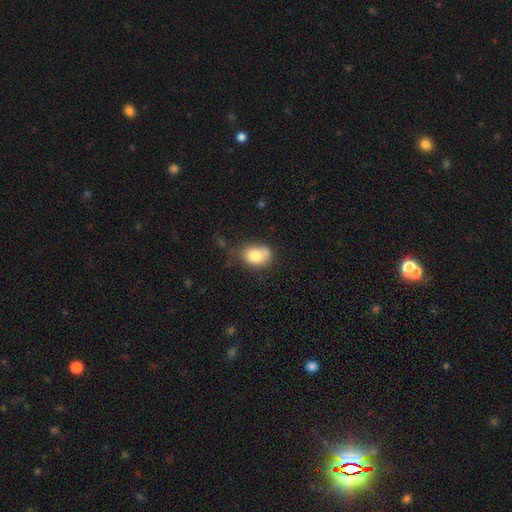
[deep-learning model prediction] The model was most divided on "merging": none: 48%, minor disturbance: 26%, merger: 16%, major disturbance: 10%. More confident: smooth or featured — smooth (79%); how rounded — in between (65%).